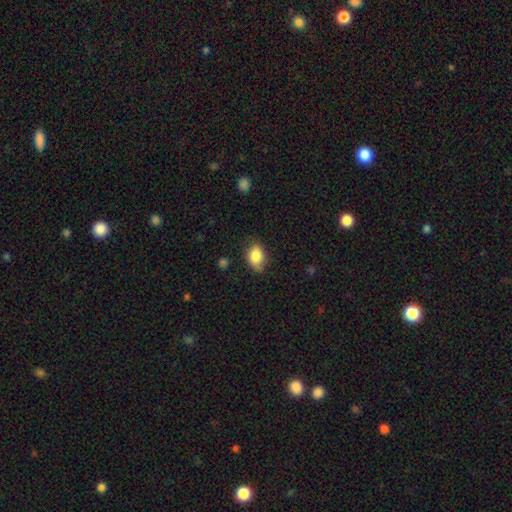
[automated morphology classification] Smooth or featured: smooth — 82% (featured or disk — 10%)
How rounded: in between — 83% (round — 15%)
Merging: none — 68% (minor disturbance — 25%)